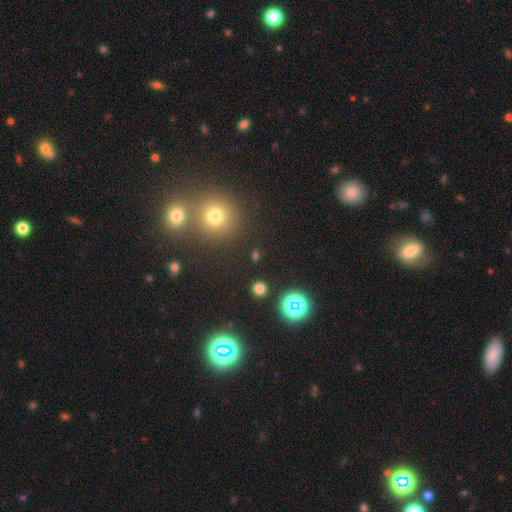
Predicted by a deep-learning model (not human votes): This is possibly a smooth galaxy (52%). How rounded: clearly round (87%). Merging: likely none (79%).